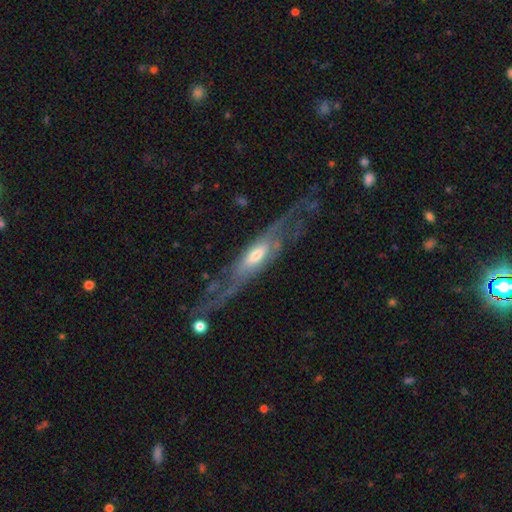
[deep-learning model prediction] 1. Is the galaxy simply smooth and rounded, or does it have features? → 79% featured or disk, 16% smooth, 5% star or artifact.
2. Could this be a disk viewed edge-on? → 55% no, 45% yes.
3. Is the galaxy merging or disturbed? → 57% none, 21% major disturbance, 19% minor disturbance, 3% merger.